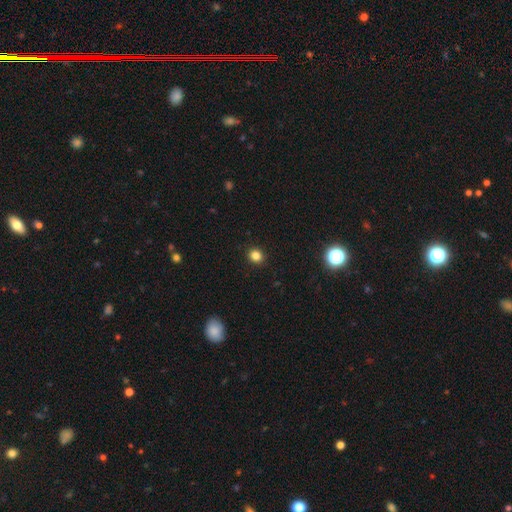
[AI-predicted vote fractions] smooth_or_featured: smooth (p=0.83) [alt: star or artifact p=0.13]
how_rounded: round (p=0.84) [alt: in between p=0.16]
merging: none (p=0.92) [alt: minor disturbance p=0.05]